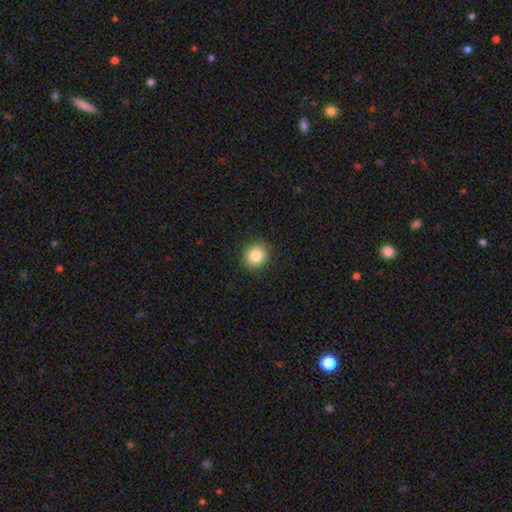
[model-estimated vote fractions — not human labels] Smooth or featured? smooth (82%)
How rounded? round (86%)
Merging? none (90%)